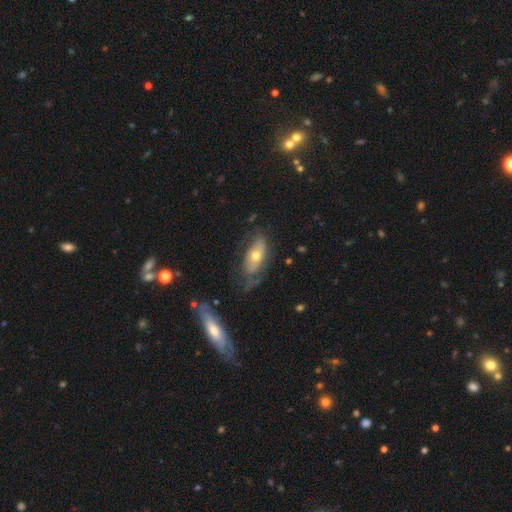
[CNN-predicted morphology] smooth_or_featured: featured or disk (p=0.51) [alt: smooth p=0.42]
disk_edge_on: no (p=0.78) [alt: yes p=0.22]
merging: none (p=0.48) [alt: minor disturbance p=0.28]